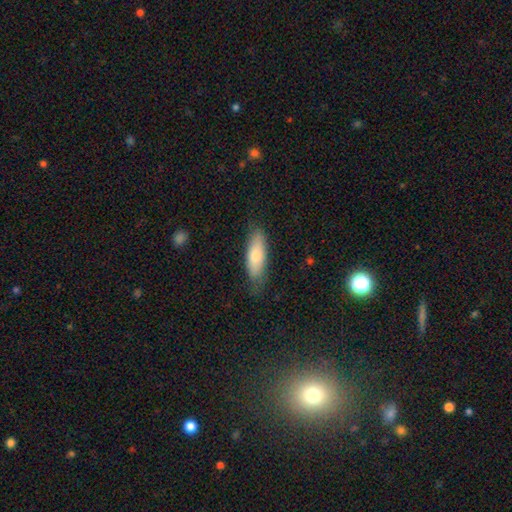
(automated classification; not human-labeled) smooth-or-featured: smooth: 75% | featured or disk: 20% | star or artifact: 6%
  how-rounded: in between: 58% | cigar-shaped: 40% | round: 2%
  merging: none: 78% | minor disturbance: 17% | major disturbance: 4% | merger: 1%